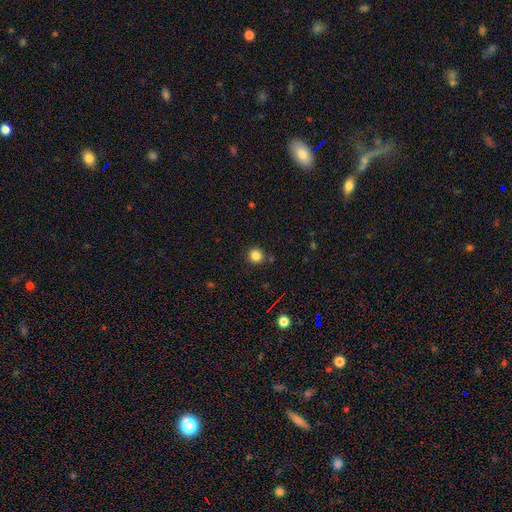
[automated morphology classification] smooth_or_featured: smooth (p=0.83) [alt: star or artifact p=0.12]
how_rounded: round (p=0.93) [alt: in between p=0.06]
merging: none (p=0.89) [alt: minor disturbance p=0.06]